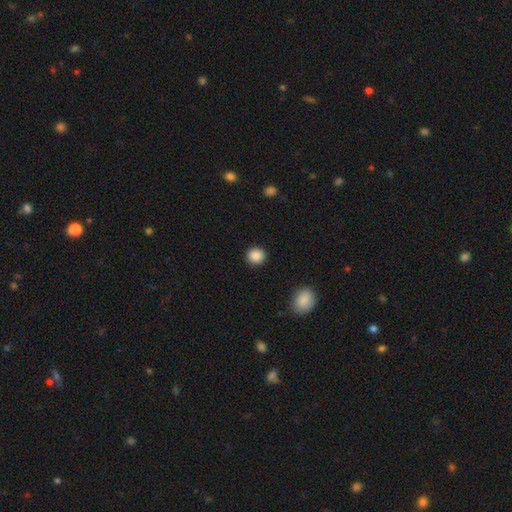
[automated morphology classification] Q: Smooth or featured?
A: smooth (88%); runner-up: star or artifact (9%)
Q: How rounded?
A: round (92%); runner-up: in between (7%)
Q: Merging?
A: none (92%); runner-up: minor disturbance (5%)